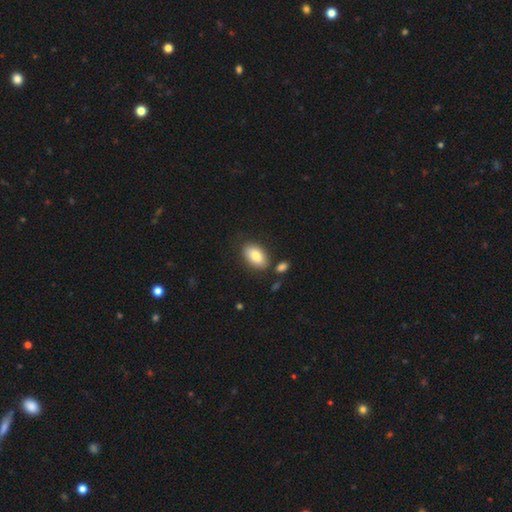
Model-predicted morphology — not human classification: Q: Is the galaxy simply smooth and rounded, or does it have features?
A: smooth — 84%.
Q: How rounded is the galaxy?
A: in between — 93%.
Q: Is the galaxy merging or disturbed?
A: none — 78%.